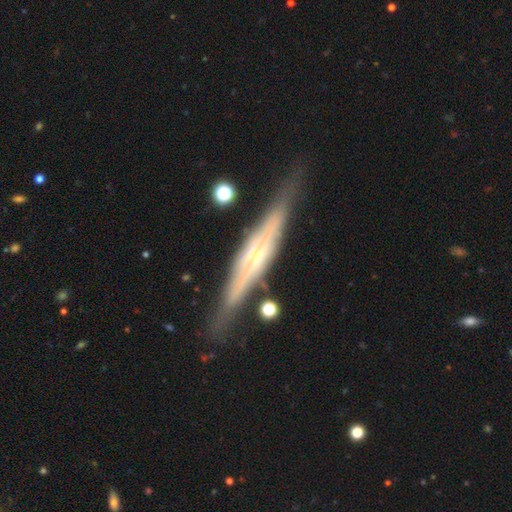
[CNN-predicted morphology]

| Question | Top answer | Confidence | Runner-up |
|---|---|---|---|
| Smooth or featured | featured or disk | 80% | smooth (14%) |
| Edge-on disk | yes | 94% | no (6%) |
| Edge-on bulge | rounded | 58% | boxy (24%) |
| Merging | none | 82% | minor disturbance (12%) |